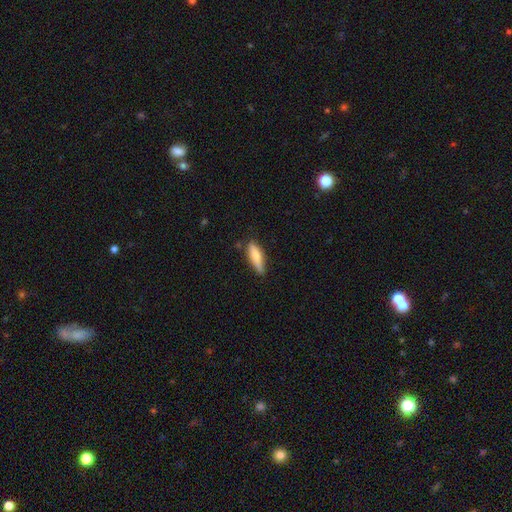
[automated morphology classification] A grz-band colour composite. It shows a smooth galaxy with no disk features (72%) that is cigar-shaped (60%). Merging: none (72%).